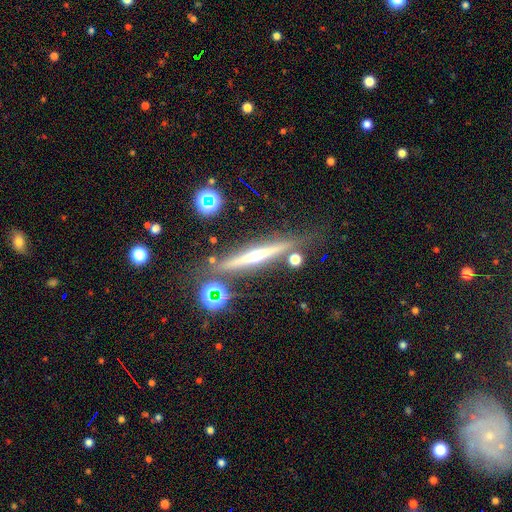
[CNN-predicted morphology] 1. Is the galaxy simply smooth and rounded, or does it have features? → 75% featured or disk, 16% smooth, 9% star or artifact.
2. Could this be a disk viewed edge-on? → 96% yes, 4% no.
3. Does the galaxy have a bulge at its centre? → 82% rounded, 14% none, 4% boxy.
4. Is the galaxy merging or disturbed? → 79% none, 12% minor disturbance, 5% merger, 3% major disturbance.